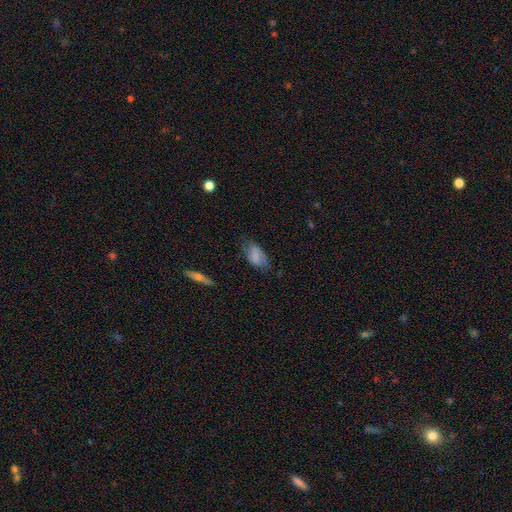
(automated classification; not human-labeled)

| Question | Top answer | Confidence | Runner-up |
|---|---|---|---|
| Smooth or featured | smooth | 75% | featured or disk (17%) |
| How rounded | in between | 92% | cigar-shaped (4%) |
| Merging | none | 63% | minor disturbance (28%) |